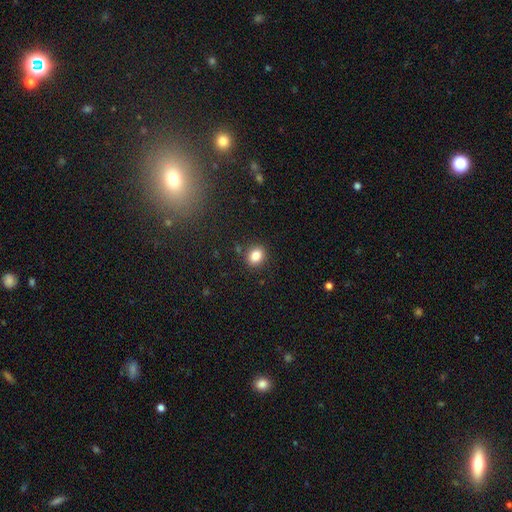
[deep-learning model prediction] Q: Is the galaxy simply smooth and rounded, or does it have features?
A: smooth — 84%.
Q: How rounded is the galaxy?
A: round — 56%.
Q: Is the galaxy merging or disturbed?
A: none — 87%.